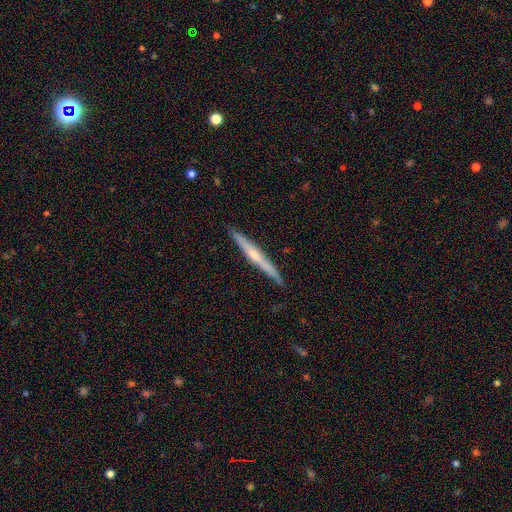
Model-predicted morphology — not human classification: smooth-or-featured: featured or disk: 63% | smooth: 31% | star or artifact: 6%
  disk-edge-on: yes: 97% | no: 3%
    edge-on-bulge: rounded: 59% | none: 36% | boxy: 5%
  merging: none: 91% | minor disturbance: 7% | major disturbance: 1% | merger: 1%